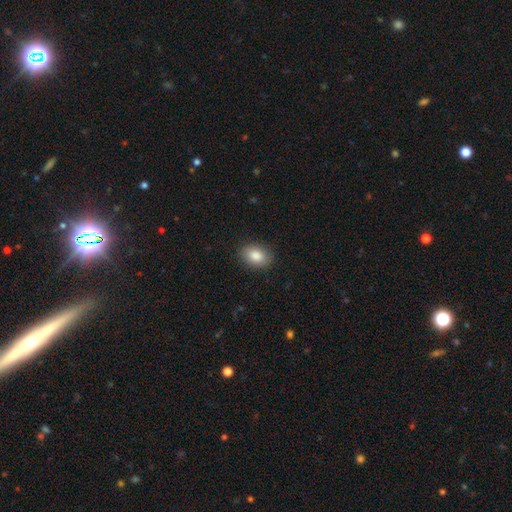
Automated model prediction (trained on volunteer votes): Smooth or featured: smooth — 87% (star or artifact — 8%)
How rounded: in between — 81% (round — 18%)
Merging: none — 88% (minor disturbance — 8%)